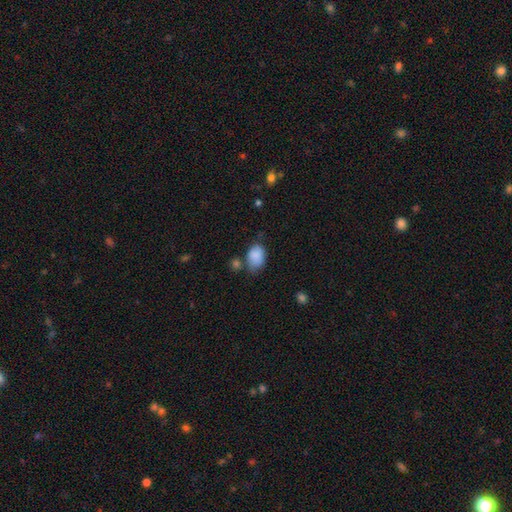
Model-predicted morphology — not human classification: The model was most divided on "merging": none: 54%, minor disturbance: 29%, merger: 10%, major disturbance: 8%. More confident: smooth or featured — smooth (86%); how rounded — in between (80%).